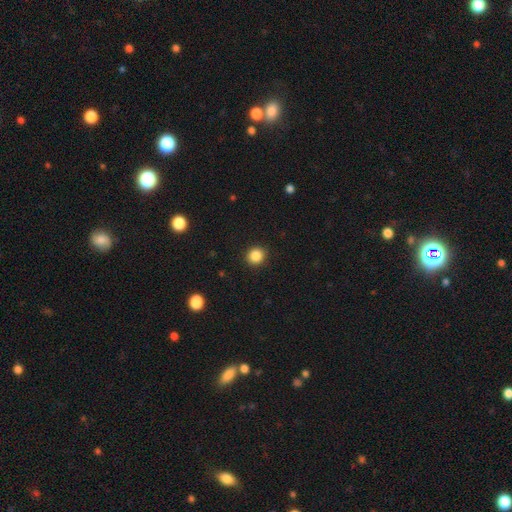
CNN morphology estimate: smooth_or_featured: smooth (p=0.86) [alt: star or artifact p=0.10]
how_rounded: round (p=0.87) [alt: in between p=0.12]
merging: none (p=0.91) [alt: minor disturbance p=0.06]